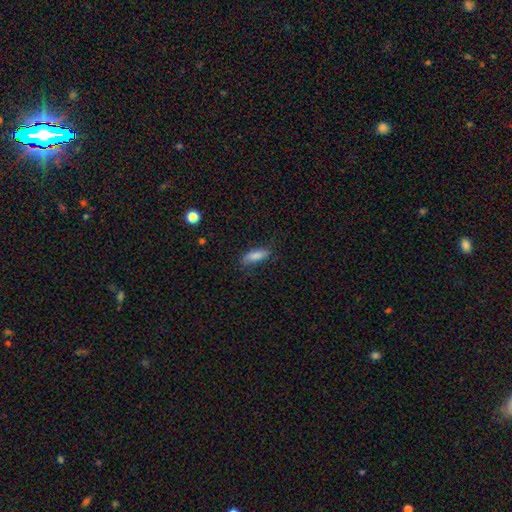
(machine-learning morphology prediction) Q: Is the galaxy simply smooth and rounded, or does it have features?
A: smooth — 84%.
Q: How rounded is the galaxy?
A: in between — 57%.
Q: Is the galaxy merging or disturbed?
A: none — 76%.